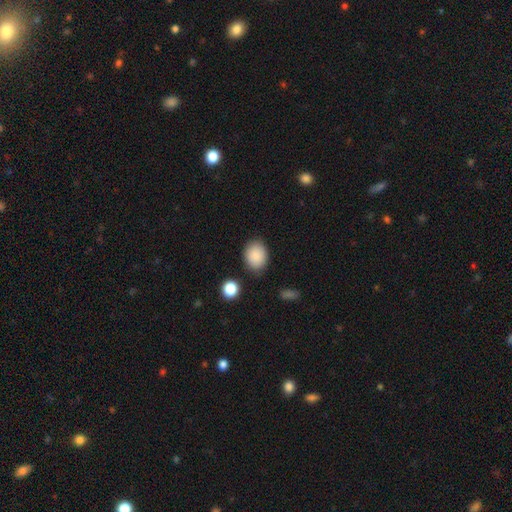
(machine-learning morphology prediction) Overall: smooth (88%). How rounded: in between (60%; round 39%). Merging: none (82%).